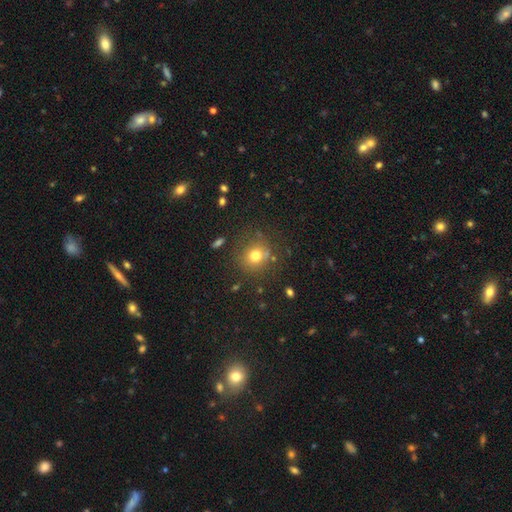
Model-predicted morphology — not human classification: Overall: smooth (74%). How rounded: round (87%). Merging: none (78%).